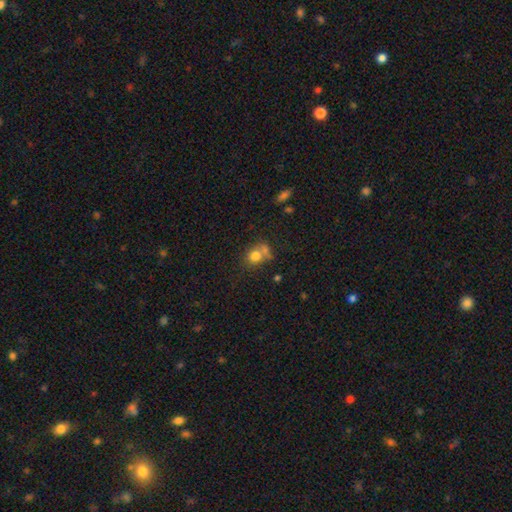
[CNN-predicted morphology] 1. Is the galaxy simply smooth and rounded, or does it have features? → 77% smooth, 12% star or artifact, 11% featured or disk.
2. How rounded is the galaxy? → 61% round, 38% in between, 1% cigar-shaped.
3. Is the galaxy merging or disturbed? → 42% none, 32% merger, 16% minor disturbance, 10% major disturbance.